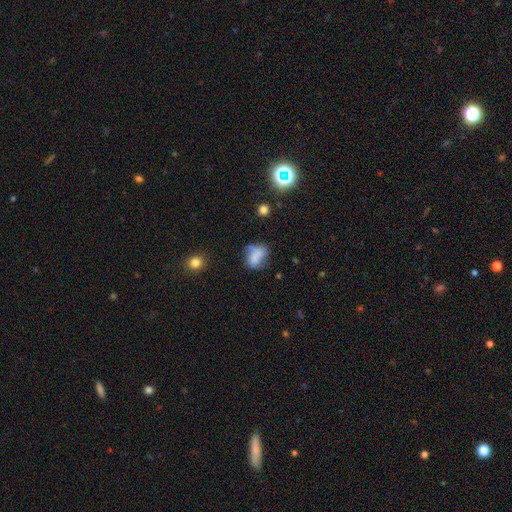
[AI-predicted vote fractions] The model was most divided on "merging": none: 38%, minor disturbance: 30%, major disturbance: 21%, merger: 11%. More confident: how rounded — in between (69%); smooth or featured — smooth (62%).